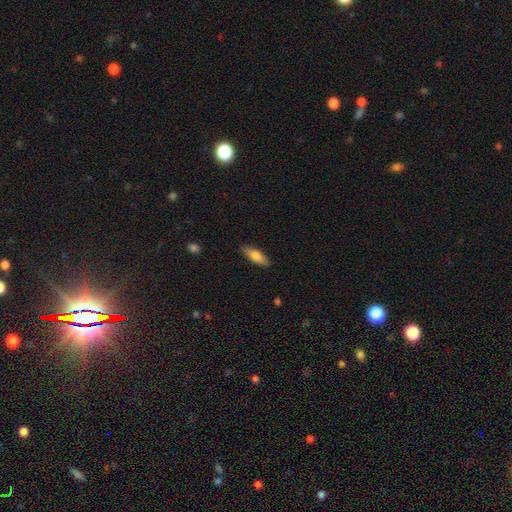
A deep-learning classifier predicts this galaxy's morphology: A smooth galaxy with no disk features (77%) that is in between round and cigar-shaped (56%). Merging: none (87%).